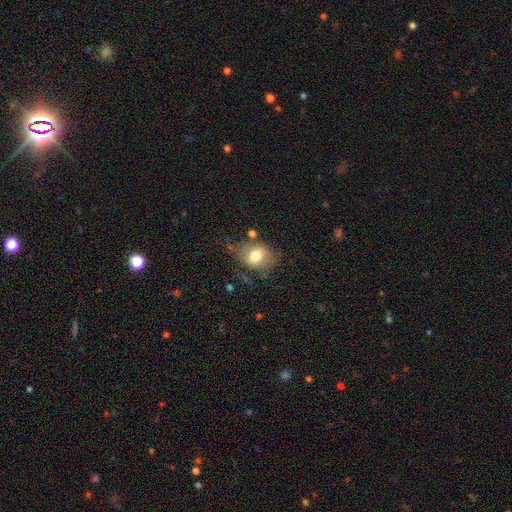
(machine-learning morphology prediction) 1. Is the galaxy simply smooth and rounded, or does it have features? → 70% smooth, 22% featured or disk, 8% star or artifact.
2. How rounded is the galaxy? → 66% in between, 33% round, 1% cigar-shaped.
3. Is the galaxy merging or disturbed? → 55% none, 26% minor disturbance, 13% major disturbance, 5% merger.